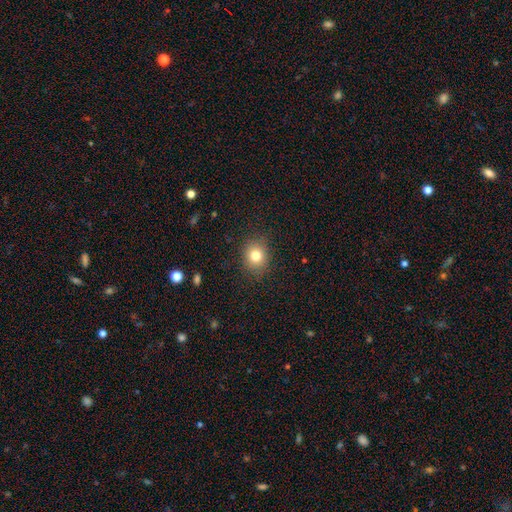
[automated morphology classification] smooth_or_featured: smooth (p=0.79) [alt: star or artifact p=0.12]
how_rounded: round (p=0.69) [alt: in between p=0.30]
merging: none (p=0.87) [alt: minor disturbance p=0.09]